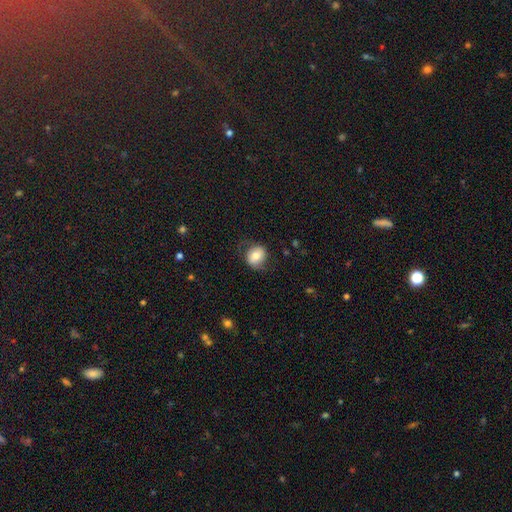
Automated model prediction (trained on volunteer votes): Q: Smooth or featured?
A: smooth (68%); runner-up: featured or disk (23%)
Q: How rounded?
A: round (55%); runner-up: in between (44%)
Q: Merging?
A: none (70%); runner-up: minor disturbance (19%)